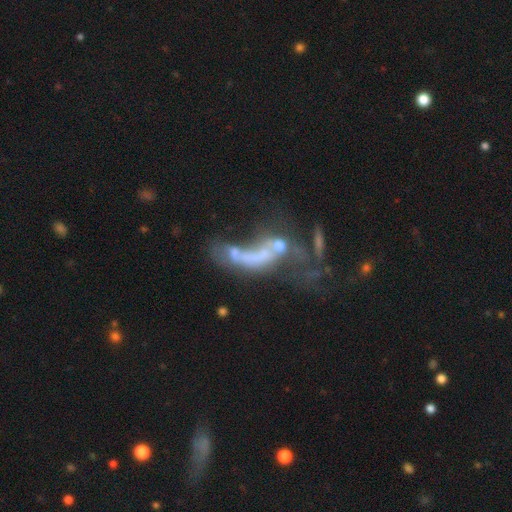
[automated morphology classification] smooth_or_featured: featured or disk (p=0.60) [alt: smooth p=0.22]
disk_edge_on: no (p=0.91) [alt: yes p=0.09]
bar: no (p=0.81) [alt: weak p=0.12]
has_spiral_arms: no (p=0.82) [alt: yes p=0.18]
bulge_size: none (p=0.62) [alt: small p=0.19]
merging: merger (p=0.52) [alt: major disturbance p=0.30]